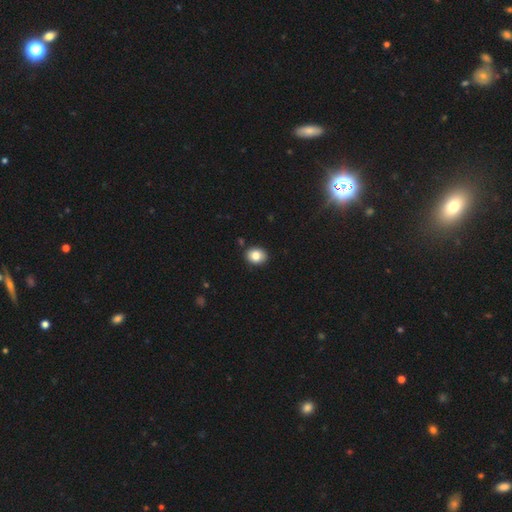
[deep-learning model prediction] Smooth or featured? Predicted: smooth (p=0.84). How rounded? Predicted: in between (p=0.50, tied with round). Merging? Predicted: none (p=0.87).